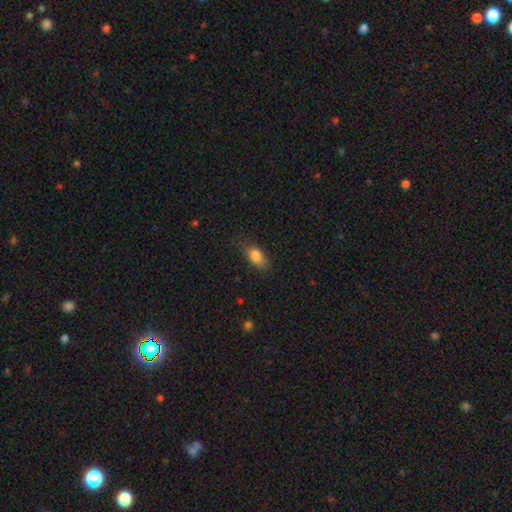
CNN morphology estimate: Smooth or featured?
  - smooth: 83% *
  - star or artifact: 9%
  - featured or disk: 8%
How rounded?
  - in between: 81% *
  - round: 13%
  - cigar-shaped: 7%
Merging?
  - none: 70% *
  - minor disturbance: 22%
  - major disturbance: 6%
  - merger: 1%